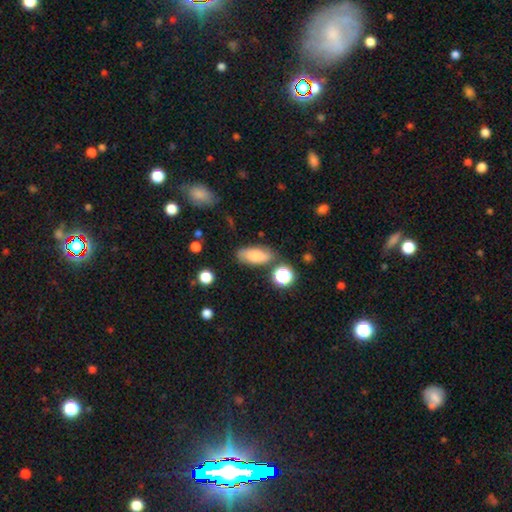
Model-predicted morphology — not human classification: This appears to be a smooth galaxy with no disk features (76%) that is in between round and cigar-shaped (82%). Merging: none (75%).